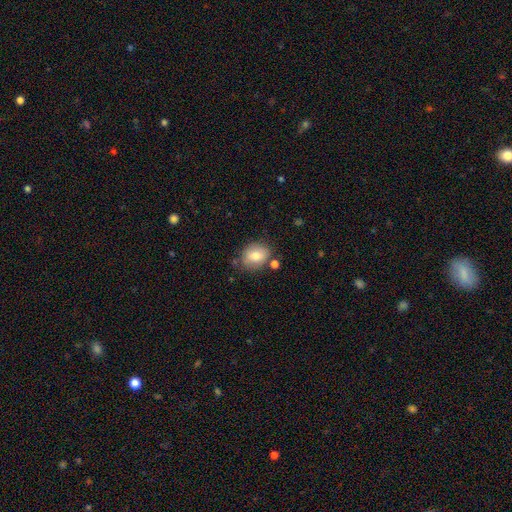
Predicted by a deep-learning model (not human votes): This appears to be a smooth galaxy with no disk features (75%) that is round (52%). Merging: none (74%).